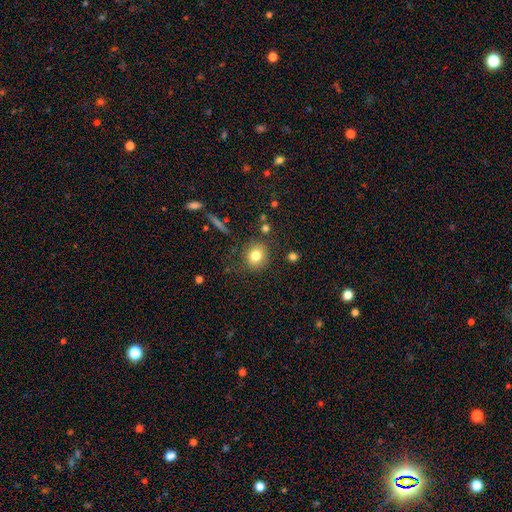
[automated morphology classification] Smooth or featured?
  - smooth: 79% *
  - star or artifact: 11%
  - featured or disk: 10%
How rounded?
  - round: 77% *
  - in between: 22%
  - cigar-shaped: 1%
Merging?
  - none: 81% *
  - minor disturbance: 12%
  - major disturbance: 4%
  - merger: 3%